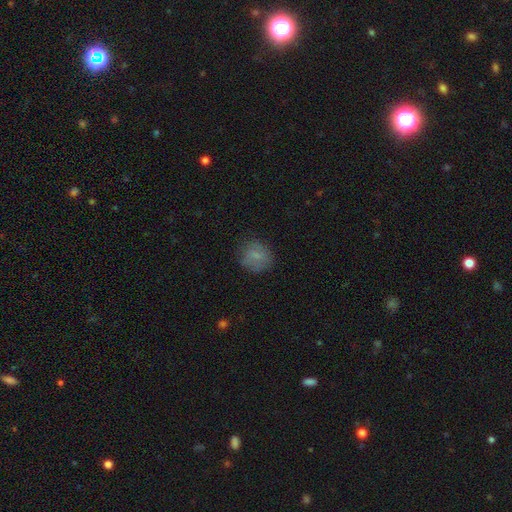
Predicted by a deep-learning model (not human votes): This is likely a smooth galaxy (75%). How rounded: clearly round (84%). Merging: likely none (75%).